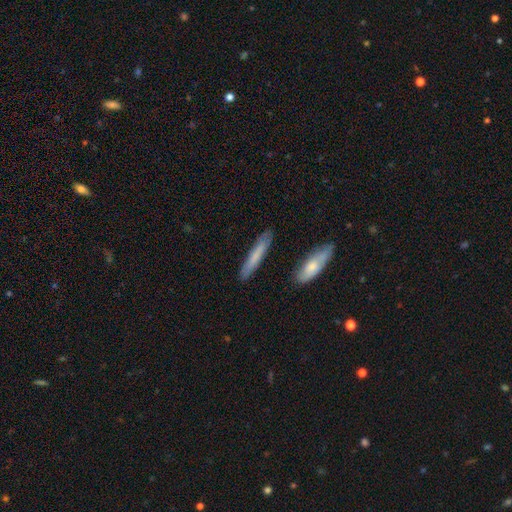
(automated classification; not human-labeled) This appears to be a smooth galaxy with no disk features (71%) that is cigar-shaped (90%). Merging: none (86%).